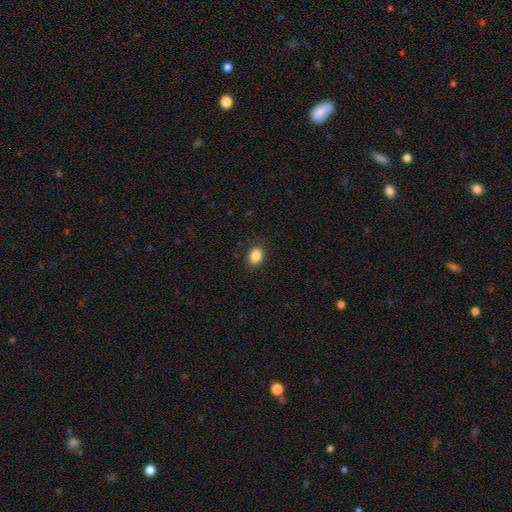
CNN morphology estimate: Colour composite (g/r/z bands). It shows a smooth galaxy with no disk features (86%) that is in between round and cigar-shaped (61%). Merging: none (87%).